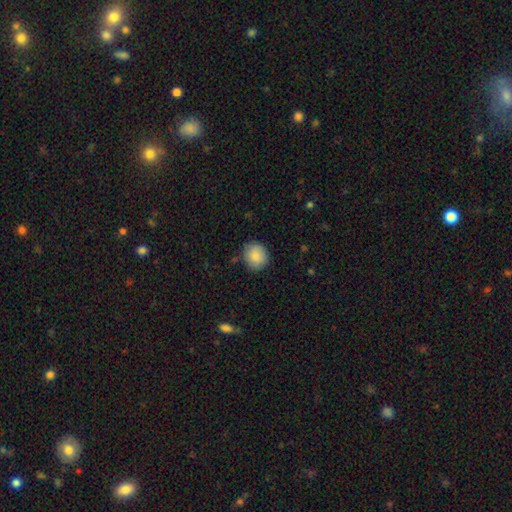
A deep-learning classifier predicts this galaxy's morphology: Smooth or featured? smooth (87%)
How rounded? round (84%)
Merging? none (82%)